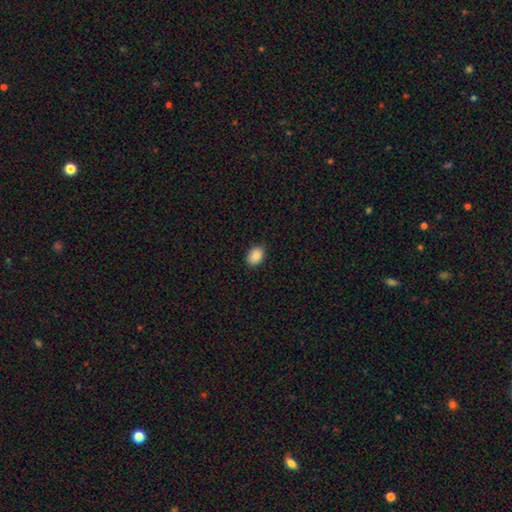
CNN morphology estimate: Q: Smooth or featured?
A: smooth (88%); runner-up: star or artifact (8%)
Q: How rounded?
A: in between (79%); runner-up: round (20%)
Q: Merging?
A: none (87%); runner-up: minor disturbance (10%)